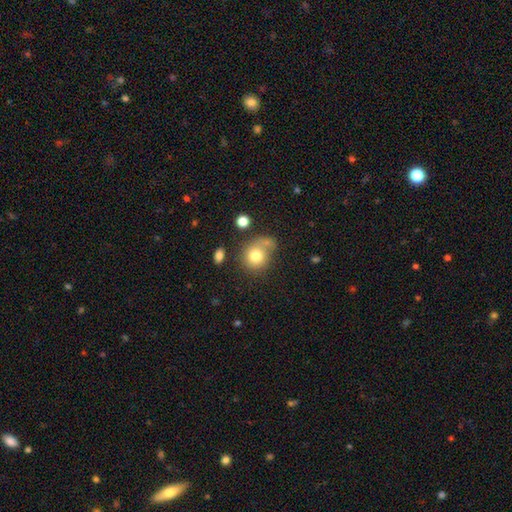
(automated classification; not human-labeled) Overall: smooth (77%). How rounded: round (78%). Merging: none (49%; merger 21%).